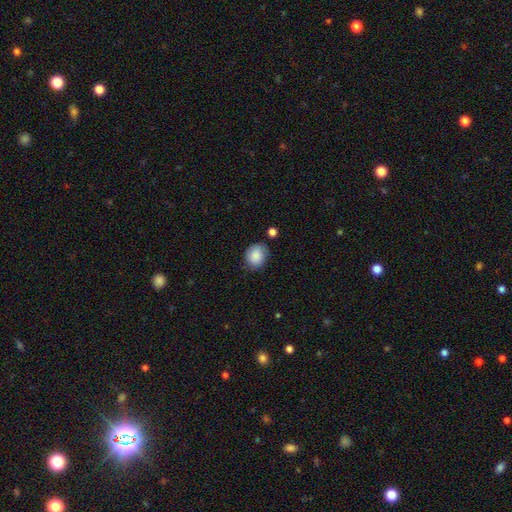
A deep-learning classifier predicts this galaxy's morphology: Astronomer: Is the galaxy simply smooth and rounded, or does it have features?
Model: smooth — 87%.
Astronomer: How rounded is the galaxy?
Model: round — 61% (runner-up: in between, 38%).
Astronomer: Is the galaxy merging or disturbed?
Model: none — 74%.